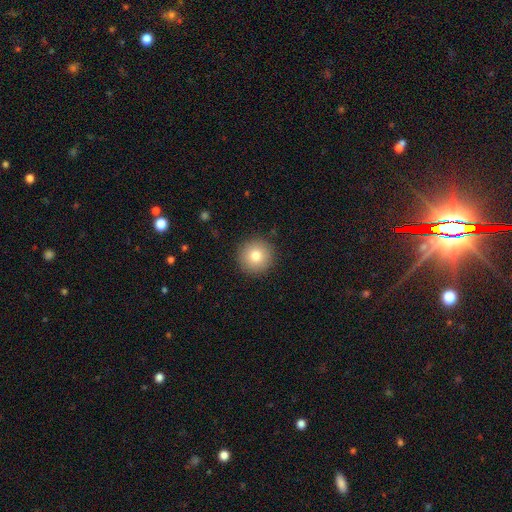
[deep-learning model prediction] smooth_or_featured: smooth (p=0.79) [alt: featured or disk p=0.11]
how_rounded: round (p=0.96) [alt: in between p=0.03]
merging: none (p=0.91) [alt: minor disturbance p=0.06]